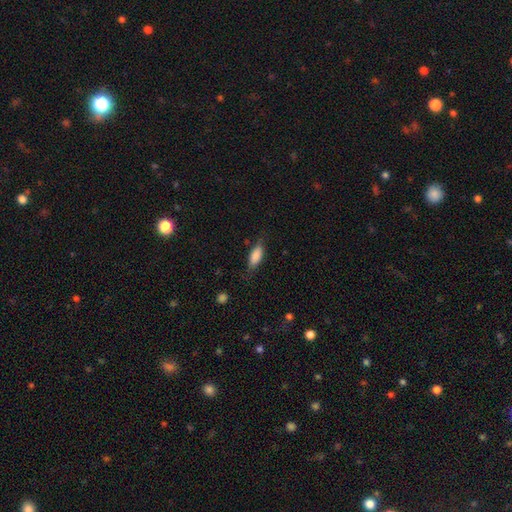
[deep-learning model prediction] smooth_or_featured: smooth (p=0.82) [alt: featured or disk p=0.12]
how_rounded: in between (p=0.72) [alt: cigar-shaped p=0.26]
merging: none (p=0.72) [alt: minor disturbance p=0.20]